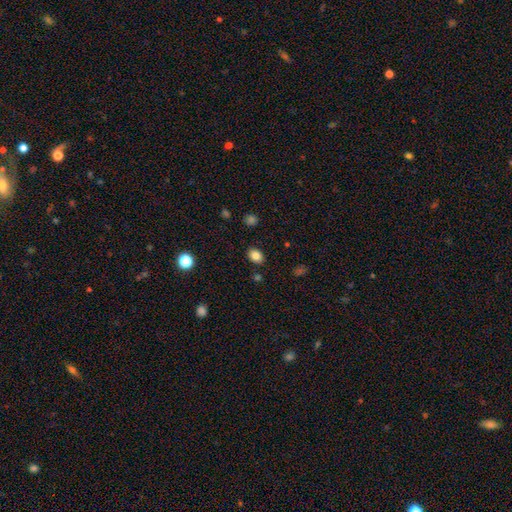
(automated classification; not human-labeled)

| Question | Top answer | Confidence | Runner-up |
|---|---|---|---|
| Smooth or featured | smooth | 83% | star or artifact (10%) |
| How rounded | in between | 65% | round (34%) |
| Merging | none | 86% | minor disturbance (9%) |